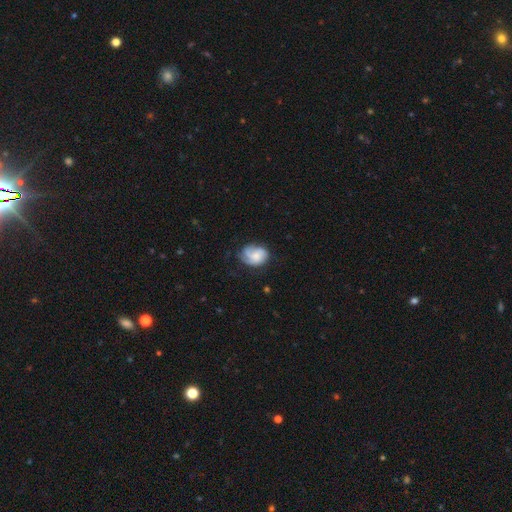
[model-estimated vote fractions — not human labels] Smooth or featured? Predicted: featured or disk (p=0.50). Merging? Predicted: none (p=0.54).